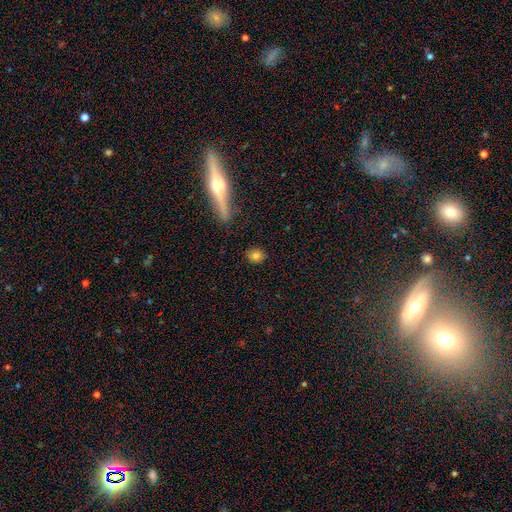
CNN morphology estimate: Smooth or featured: smooth — 81% (star or artifact — 11%)
How rounded: round — 60% (in between — 37%)
Merging: none — 85% (minor disturbance — 10%)